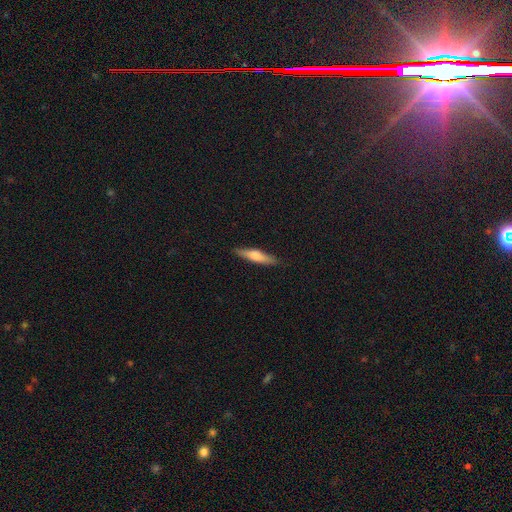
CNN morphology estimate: This appears to be a smooth galaxy with no disk features (64%) that is cigar-shaped (80%). Merging: none (87%).